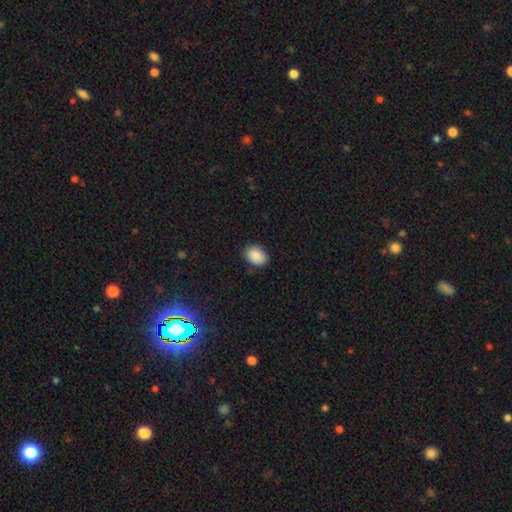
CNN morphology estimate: Q: Smooth or featured?
A: smooth (89%); runner-up: star or artifact (7%)
Q: How rounded?
A: in between (66%); runner-up: round (33%)
Q: Merging?
A: none (81%); runner-up: minor disturbance (15%)